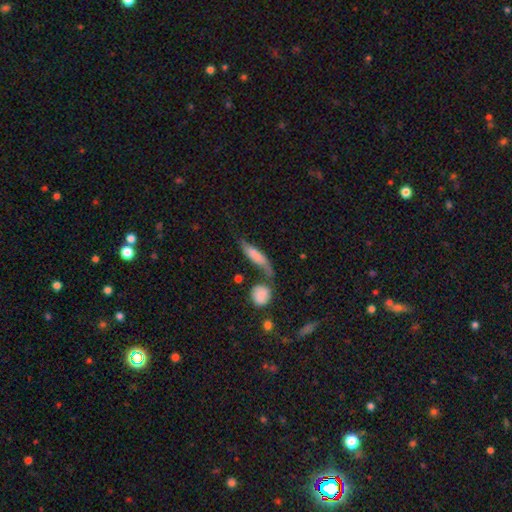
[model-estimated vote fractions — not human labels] A smooth galaxy with no disk features (58%) that is cigar-shaped (59%). Merging: none (37%).